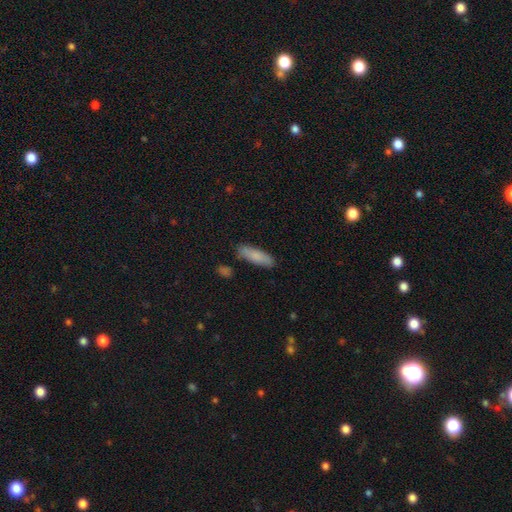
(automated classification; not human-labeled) Smooth or featured? smooth (83%)
How rounded? cigar-shaped (55%)
Merging? none (81%)